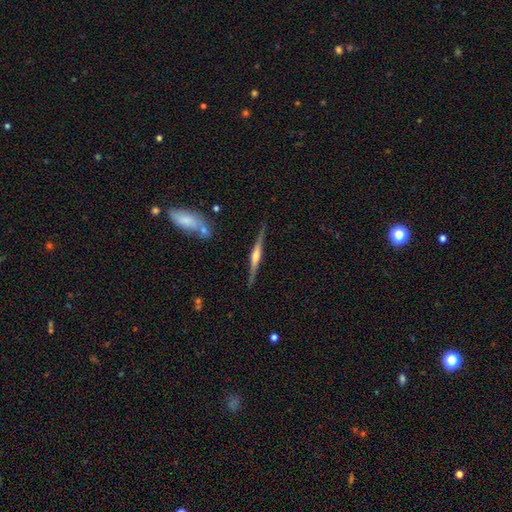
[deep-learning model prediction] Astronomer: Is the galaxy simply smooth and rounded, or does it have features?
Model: featured or disk — 76%.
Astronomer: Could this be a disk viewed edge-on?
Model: yes — 98%.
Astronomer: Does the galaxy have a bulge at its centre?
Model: rounded — 70%.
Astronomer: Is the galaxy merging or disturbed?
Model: none — 86%.